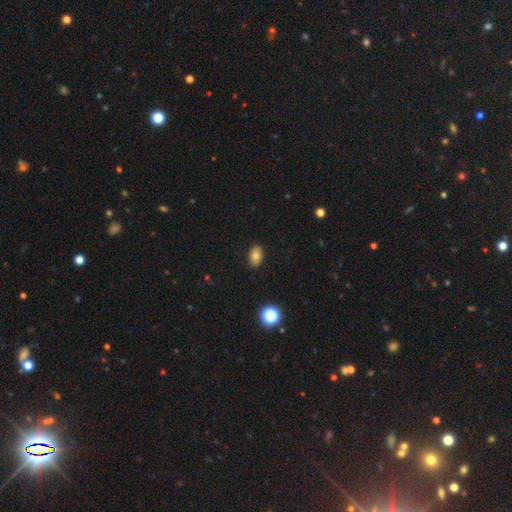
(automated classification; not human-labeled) The model was most divided on "smooth or featured": smooth: 76%, featured or disk: 13%, star or artifact: 11%. More confident: merging — none (88%); how rounded — in between (85%).